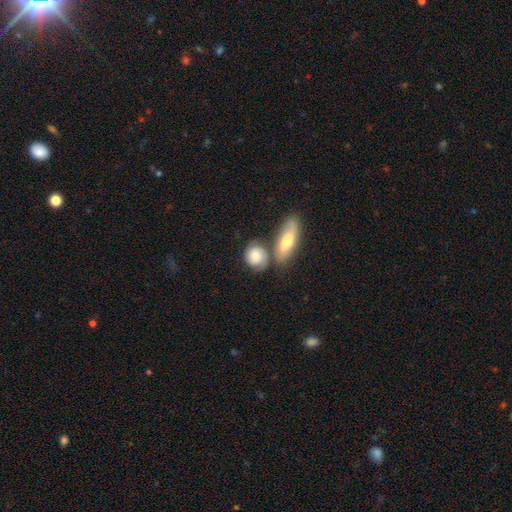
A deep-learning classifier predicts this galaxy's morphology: Q: Smooth or featured?
A: smooth (60%); runner-up: featured or disk (33%)
Q: How rounded?
A: round (61%); runner-up: in between (35%)
Q: Merging?
A: none (52%); runner-up: merger (26%)